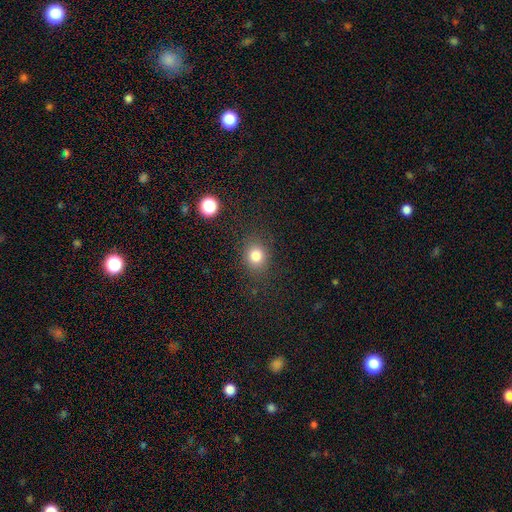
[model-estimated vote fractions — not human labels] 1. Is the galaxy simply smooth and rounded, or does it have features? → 81% smooth, 12% star or artifact, 7% featured or disk.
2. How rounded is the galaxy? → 65% round, 34% in between, 1% cigar-shaped.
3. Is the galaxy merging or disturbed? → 82% none, 11% minor disturbance, 5% major disturbance, 2% merger.